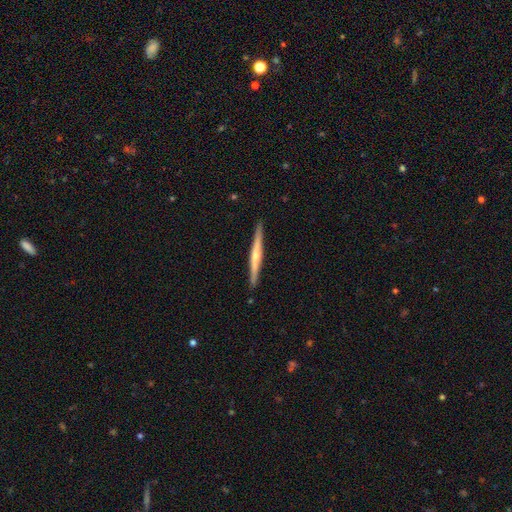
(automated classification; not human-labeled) Smooth or featured? featured or disk (67%)
Edge-on disk? yes (98%)
Edge-on bulge? rounded (73%)
Merging? none (91%)